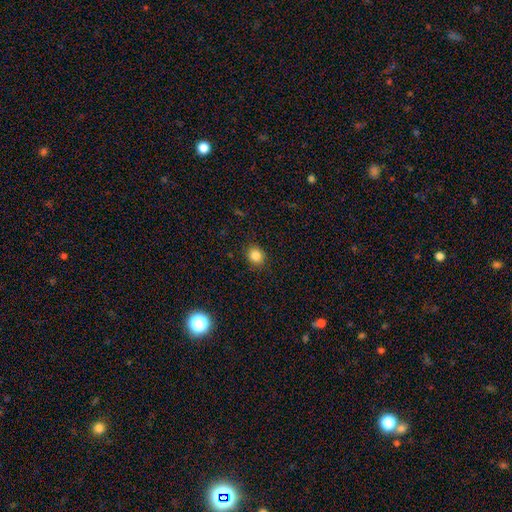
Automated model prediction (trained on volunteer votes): smooth-or-featured: smooth: 84% | star or artifact: 11% | featured or disk: 5%
  how-rounded: round: 73% | in between: 27% | cigar-shaped: 1%
  merging: none: 90% | minor disturbance: 7% | major disturbance: 2% | merger: 1%